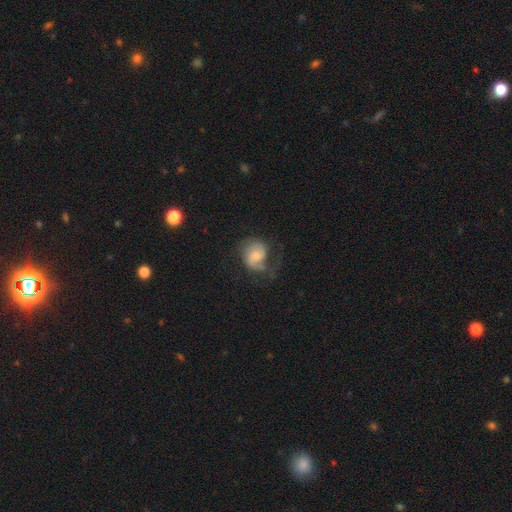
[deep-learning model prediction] Morphology: type=featured or disk (65%); edge-on=no (98%); bar=no (58%); spiral arms=yes (89%); winding=medium (44%); arm count=2 (68%); bulge=moderate (46%); merging=none (50%).